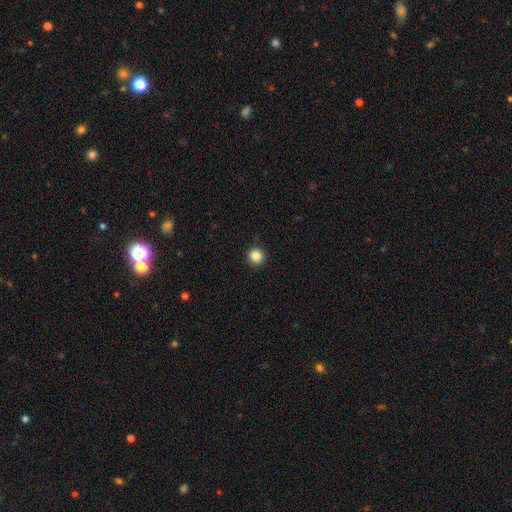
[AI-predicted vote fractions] smooth-or-featured: smooth: 87% | star or artifact: 10% | featured or disk: 3%
  how-rounded: round: 95% | in between: 4% | cigar-shaped: 1%
  merging: none: 92% | minor disturbance: 5% | major disturbance: 2% | merger: 1%